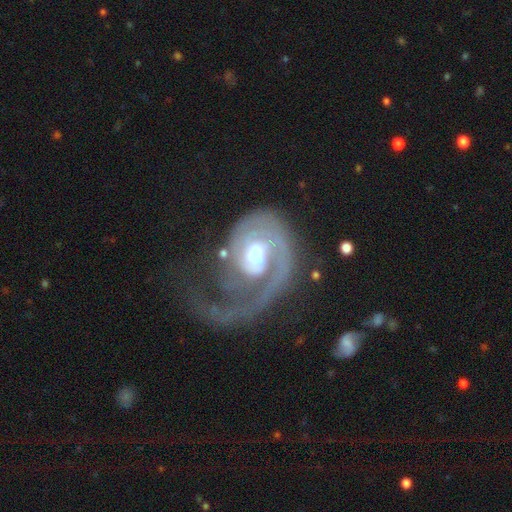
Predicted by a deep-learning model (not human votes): This appears to be a featured or disk galaxy (88%) with a weak bar (44%), 1 (58%) tight (46%) spiral arms (95%) and a moderate central bulge (63%). Merging: major disturbance (50%).